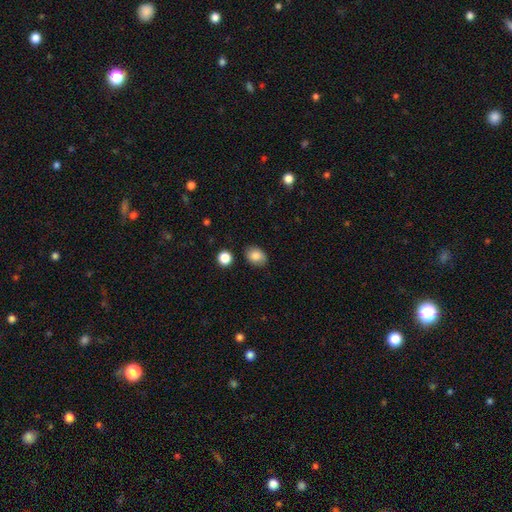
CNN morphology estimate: Smooth or featured?
  - smooth: 85% *
  - star or artifact: 9%
  - featured or disk: 6%
How rounded?
  - in between: 63% *
  - round: 36%
  - cigar-shaped: 1%
Merging?
  - none: 80% *
  - minor disturbance: 14%
  - major disturbance: 3%
  - merger: 2%